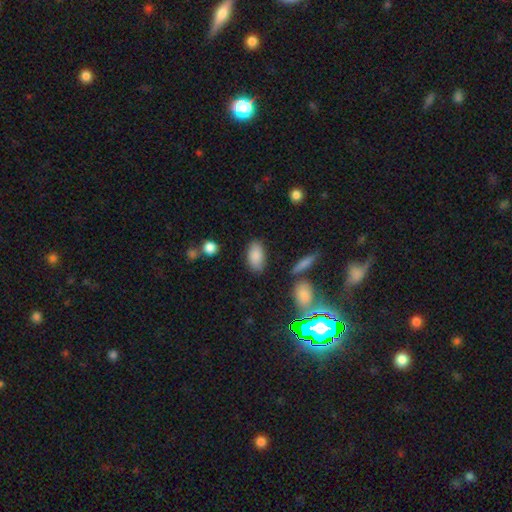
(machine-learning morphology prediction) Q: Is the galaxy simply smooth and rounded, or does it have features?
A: smooth — 85%.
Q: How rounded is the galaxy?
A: in between — 93%.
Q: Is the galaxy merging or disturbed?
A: none — 81%.